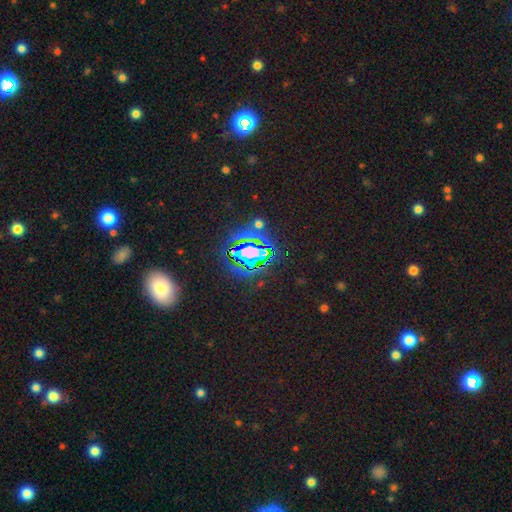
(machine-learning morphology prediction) smooth_or_featured: star or artifact (p=0.68) [alt: smooth p=0.18]